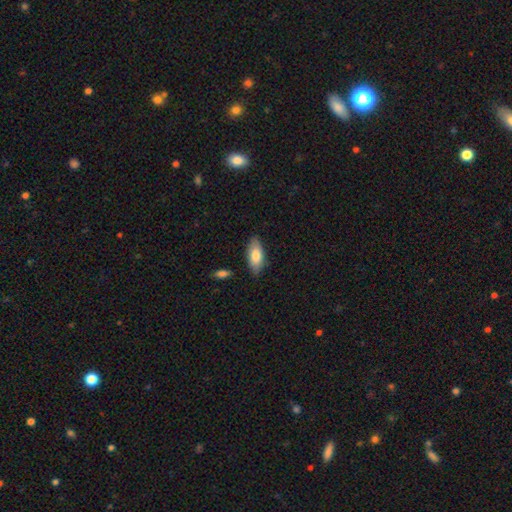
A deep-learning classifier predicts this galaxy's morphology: Smooth or featured? Predicted: smooth (p=0.78). How rounded? Predicted: in between (p=0.85). Merging? Predicted: none (p=0.83).